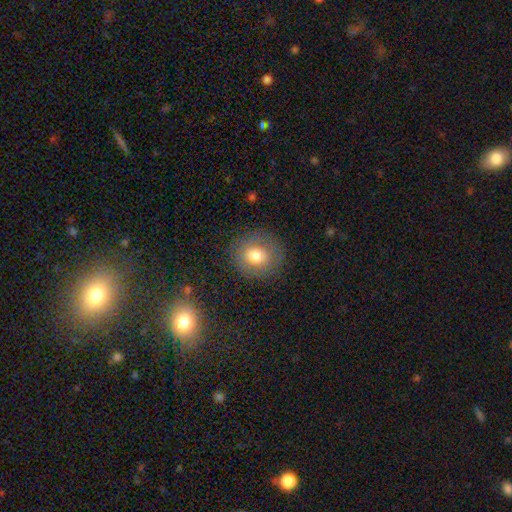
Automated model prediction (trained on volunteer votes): smooth-or-featured: smooth: 75% | featured or disk: 15% | star or artifact: 10%
  how-rounded: round: 78% | in between: 21% | cigar-shaped: 1%
  merging: none: 83% | minor disturbance: 11% | major disturbance: 5% | merger: 1%